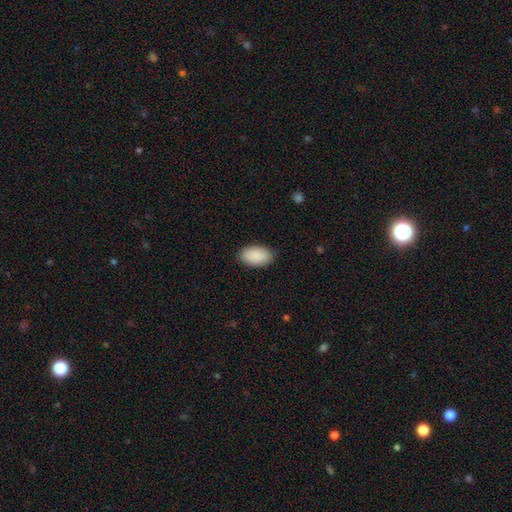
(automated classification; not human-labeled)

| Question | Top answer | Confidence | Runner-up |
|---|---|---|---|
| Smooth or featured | smooth | 91% | star or artifact (6%) |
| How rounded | in between | 96% | round (3%) |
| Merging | none | 88% | minor disturbance (9%) |